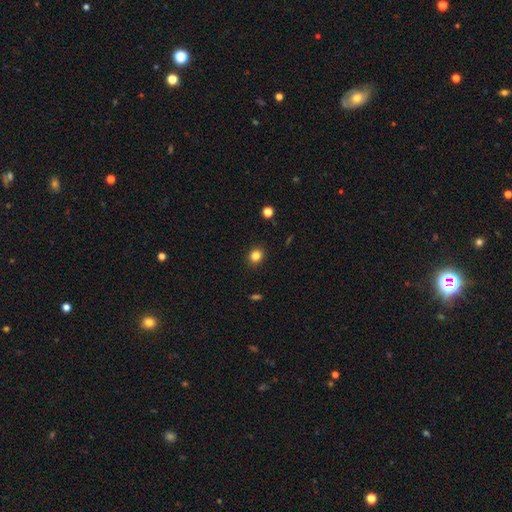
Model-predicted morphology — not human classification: A smooth galaxy with no disk features (83%) that is round (74%).

Vote fractions:
- Smooth or featured? smooth: 83% / star or artifact: 12% / featured or disk: 5%
- How rounded? round: 74% / in between: 25% / cigar-shaped: 1%
- Merging? none: 91% / minor disturbance: 6% / major disturbance: 2% / merger: 1%